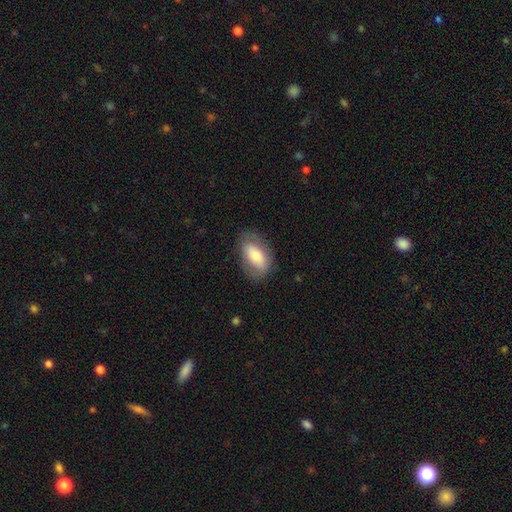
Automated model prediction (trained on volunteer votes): This is likely a smooth galaxy (65%). How rounded: clearly in between (90%). Merging: likely none (77%).